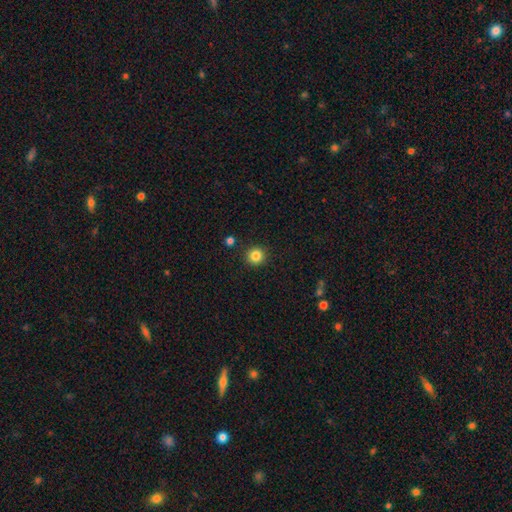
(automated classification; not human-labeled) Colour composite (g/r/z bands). It shows a smooth galaxy with no disk features (85%) that is round (93%). Merging: none (91%).